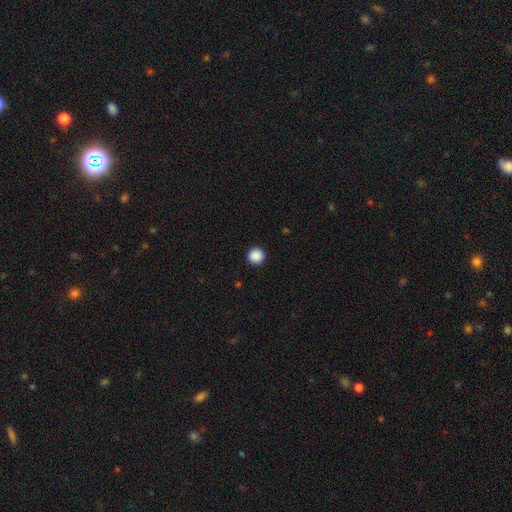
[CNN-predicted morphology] smooth_or_featured: smooth (p=0.88) [alt: star or artifact p=0.09]
how_rounded: round (p=0.96) [alt: in between p=0.03]
merging: none (p=0.93) [alt: minor disturbance p=0.04]